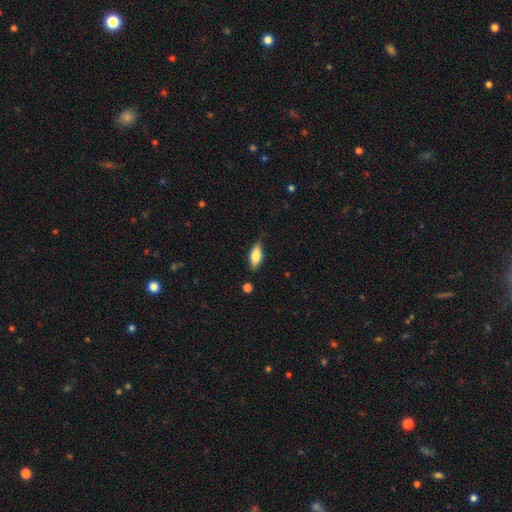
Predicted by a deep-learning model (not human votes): smooth 74%, featured or disk 19%, star or artifact 7%. Down the decision tree: how rounded — in between (80%); merging — none (79%).